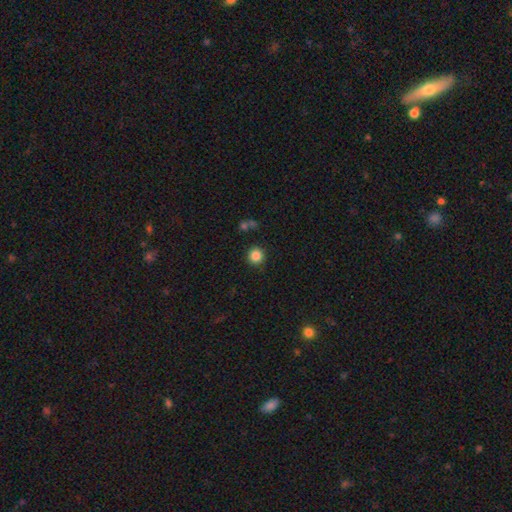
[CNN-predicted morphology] This appears to be a smooth galaxy with no disk features (85%) that is round (95%). Merging: none (88%).